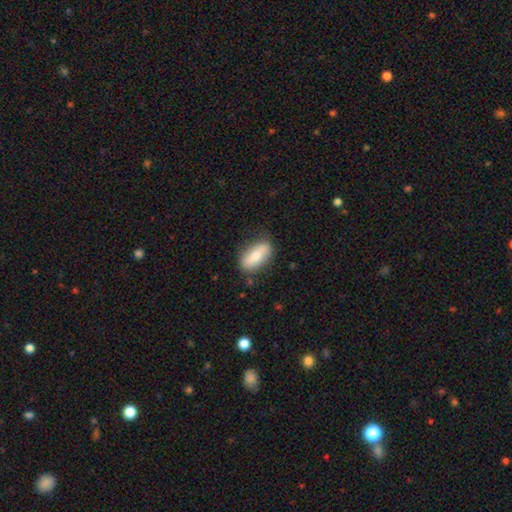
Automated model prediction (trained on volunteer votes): Overall: smooth (57%; featured or disk 37%). How rounded: in between (81%). Merging: none (78%).